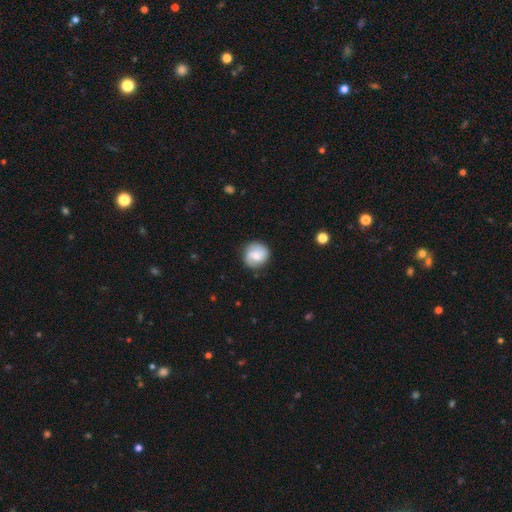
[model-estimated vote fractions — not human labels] smooth-or-featured: smooth: 52% | featured or disk: 40% | star or artifact: 8%
  how-rounded: round: 88% | in between: 11% | cigar-shaped: 1%
  merging: none: 82% | minor disturbance: 13% | major disturbance: 4% | merger: 1%